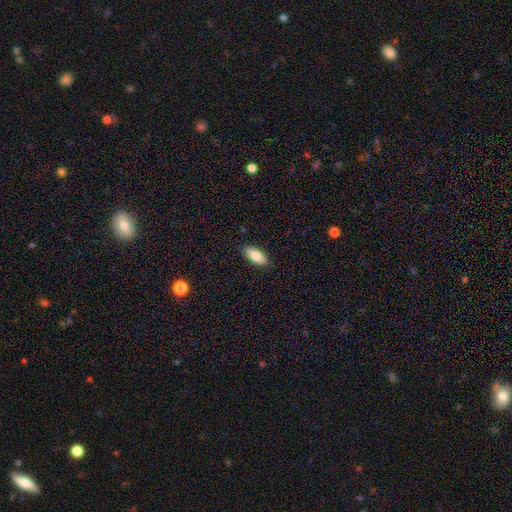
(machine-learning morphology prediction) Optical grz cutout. It shows a smooth galaxy with no disk features (81%) that is in between round and cigar-shaped (88%). Merging: none (88%).